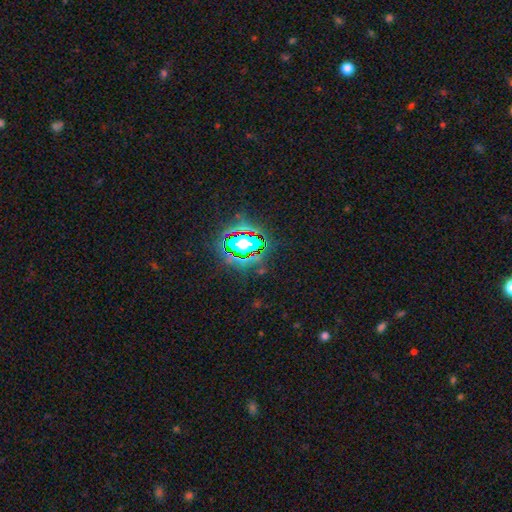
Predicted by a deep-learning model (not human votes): star or artifact 82%, smooth 11%, featured or disk 7%.